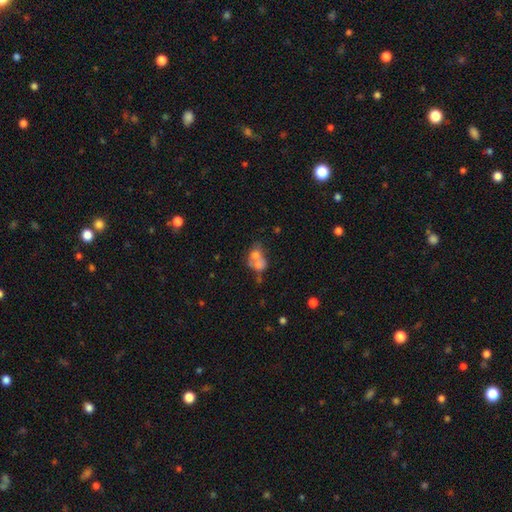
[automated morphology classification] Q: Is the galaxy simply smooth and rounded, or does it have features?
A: smooth — 60%.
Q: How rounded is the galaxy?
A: in between — 50%.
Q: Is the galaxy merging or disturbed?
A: merger — 66%.